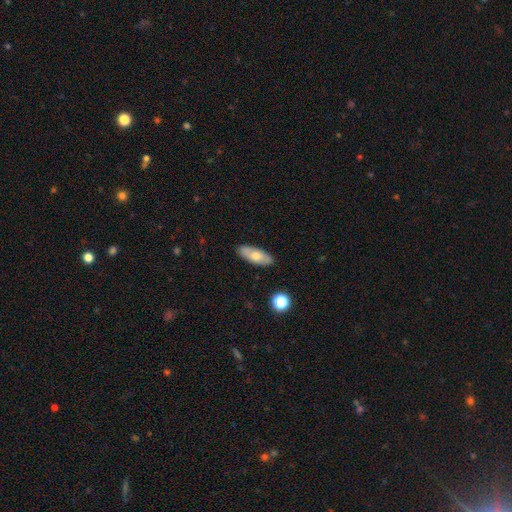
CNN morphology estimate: This is likely a smooth galaxy (66%). How rounded: likely in between (75%). Merging: clearly none (87%).